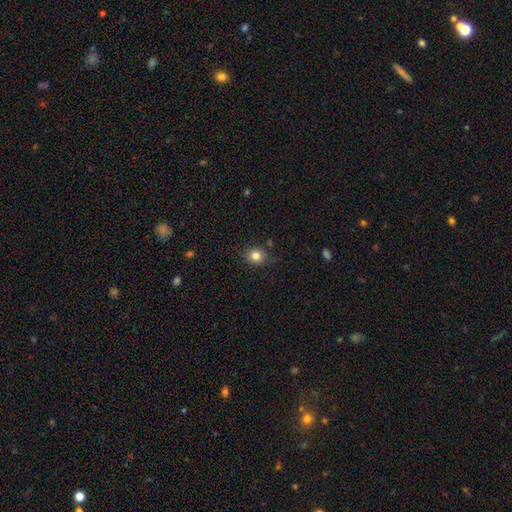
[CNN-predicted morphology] Overall: smooth (82%). How rounded: round (80%). Merging: none (84%).